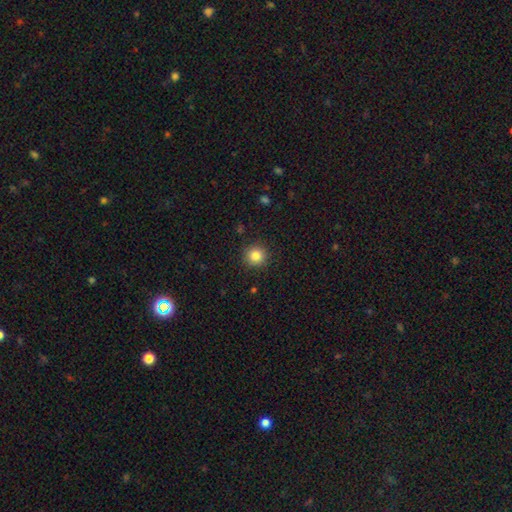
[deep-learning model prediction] Smooth or featured? Predicted: smooth (p=0.84). How rounded? Predicted: round (p=0.94). Merging? Predicted: none (p=0.91).